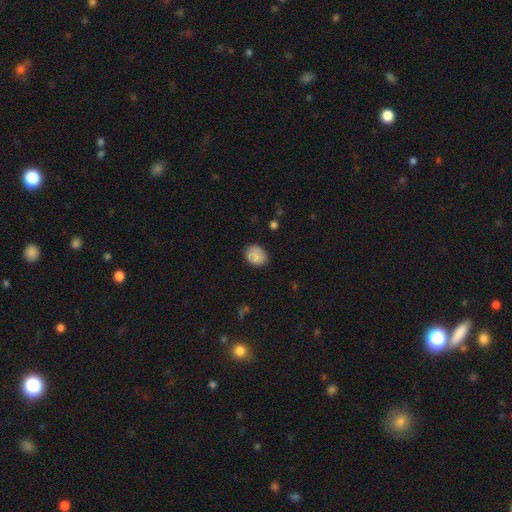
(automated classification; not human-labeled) Morphology: type=smooth (87%); roundness=round (52%); merging=none (79%).